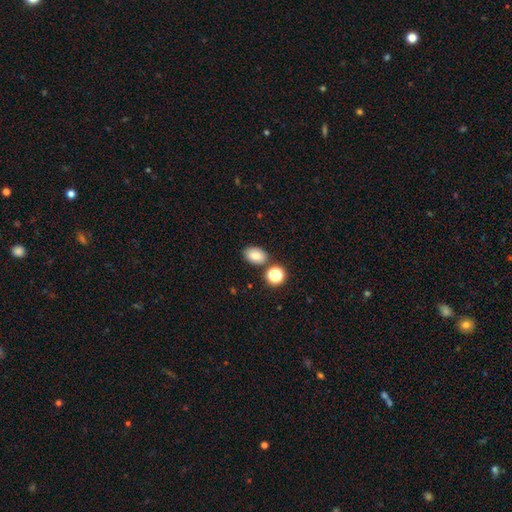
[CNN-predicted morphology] Smooth or featured? smooth (79%)
How rounded? in between (81%)
Merging? none (77%)